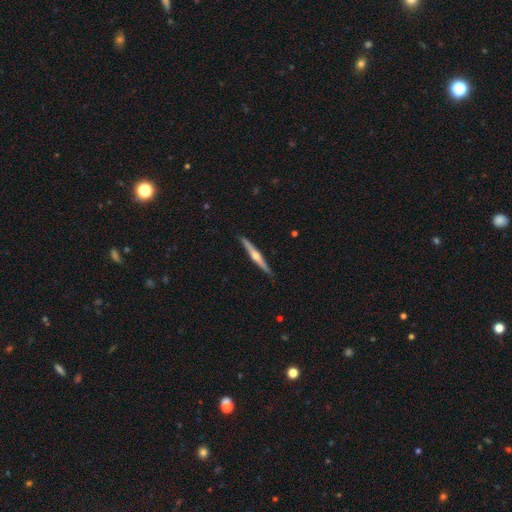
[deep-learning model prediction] Smooth or featured? featured or disk (74%)
Edge-on disk? yes (98%)
Edge-on bulge? rounded (91%)
Merging? none (88%)